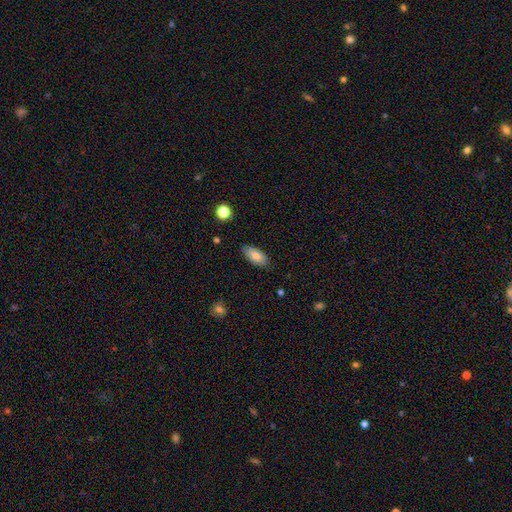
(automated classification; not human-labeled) This appears to be a smooth galaxy with no disk features (80%) that is in between round and cigar-shaped (89%). Merging: none (83%).